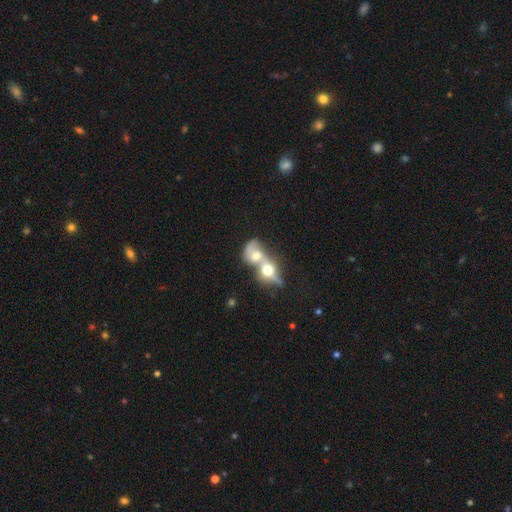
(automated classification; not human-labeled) This is possibly a featured or disk galaxy (47%). Merging: clearly merger (82%).